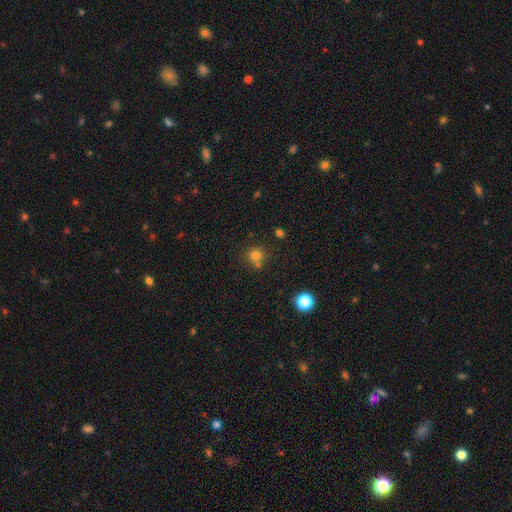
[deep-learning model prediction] Smooth or featured?
  - smooth: 76% *
  - star or artifact: 16%
  - featured or disk: 8%
How rounded?
  - round: 88% *
  - in between: 11%
  - cigar-shaped: 1%
Merging?
  - none: 62% *
  - merger: 24%
  - minor disturbance: 11%
  - major disturbance: 4%